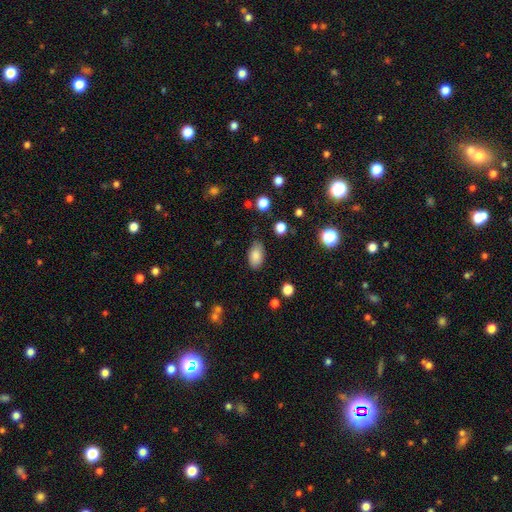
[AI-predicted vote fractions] Smooth or featured?
  - smooth: 85% *
  - star or artifact: 9%
  - featured or disk: 6%
How rounded?
  - in between: 92% *
  - round: 6%
  - cigar-shaped: 2%
Merging?
  - none: 80% *
  - minor disturbance: 15%
  - major disturbance: 4%
  - merger: 2%